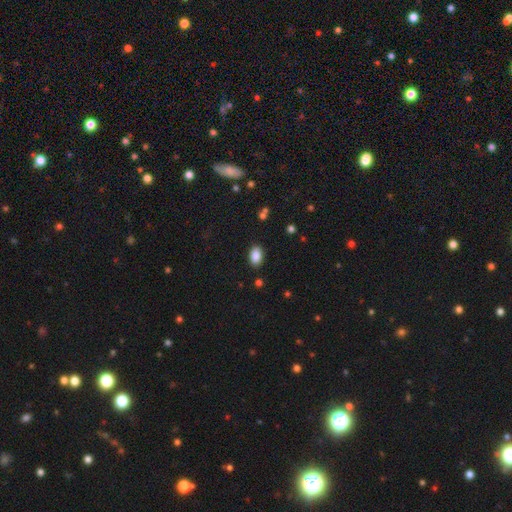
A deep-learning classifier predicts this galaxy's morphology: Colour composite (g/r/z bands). It shows a smooth galaxy with no disk features (87%) that is in between round and cigar-shaped (90%). Merging: none (88%).